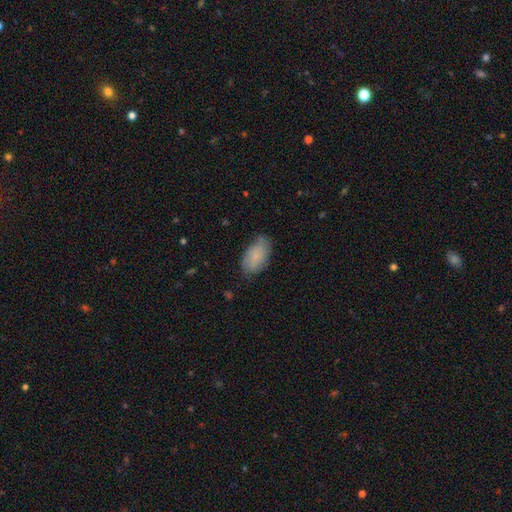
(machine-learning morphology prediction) Smooth or featured?
  - smooth: 77% *
  - featured or disk: 16%
  - star or artifact: 7%
How rounded?
  - in between: 94% *
  - round: 4%
  - cigar-shaped: 3%
Merging?
  - none: 67% *
  - minor disturbance: 26%
  - major disturbance: 6%
  - merger: 1%